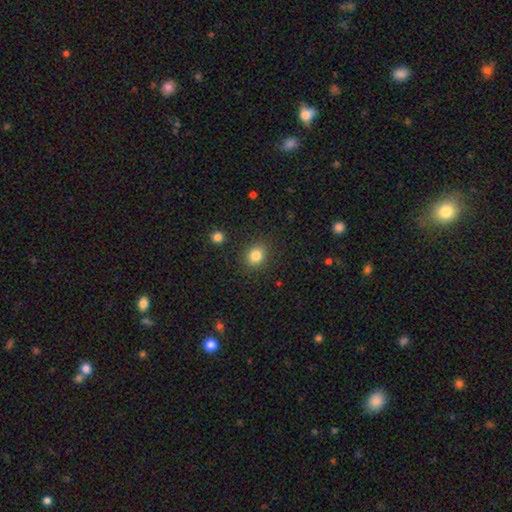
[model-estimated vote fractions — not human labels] Smooth or featured: smooth — 83% (star or artifact — 11%)
How rounded: round — 67% (in between — 32%)
Merging: none — 88% (minor disturbance — 8%)